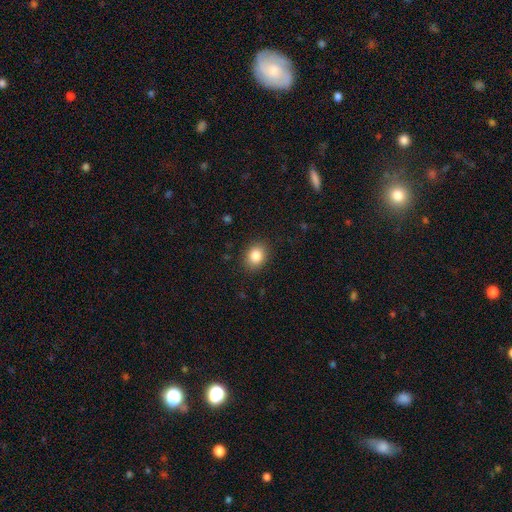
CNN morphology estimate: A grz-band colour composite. It shows a smooth galaxy with no disk features (85%) that is in between round and cigar-shaped (50%). Merging: none (88%).